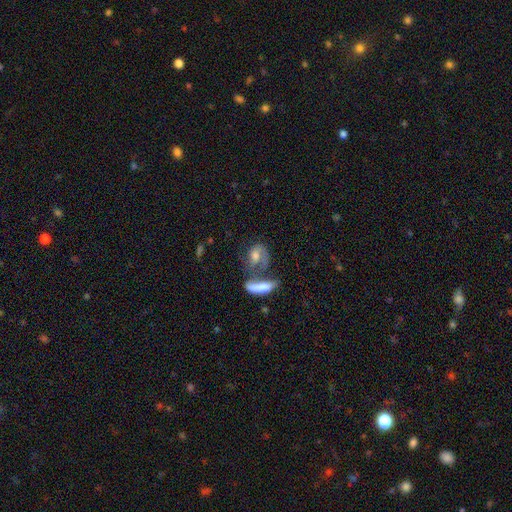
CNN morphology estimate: smooth-or-featured: featured or disk: 48% | smooth: 42% | star or artifact: 10%
  merging: merger: 50% | none: 26% | major disturbance: 13% | minor disturbance: 11%